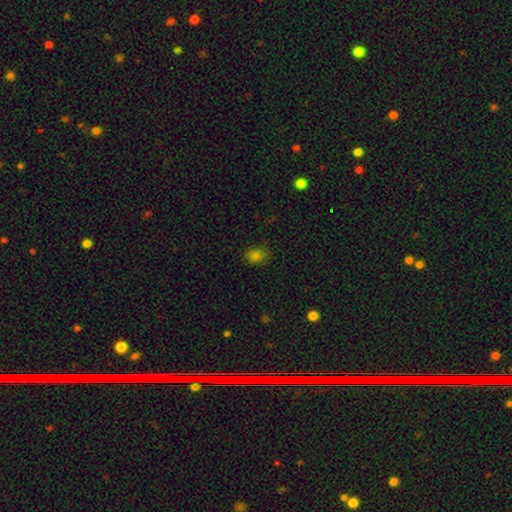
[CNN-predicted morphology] Smooth or featured?
  - smooth: 80% *
  - star or artifact: 16%
  - featured or disk: 5%
How rounded?
  - in between: 52% *
  - round: 47%
  - cigar-shaped: 1%
Merging?
  - none: 79% *
  - minor disturbance: 16%
  - major disturbance: 4%
  - merger: 1%